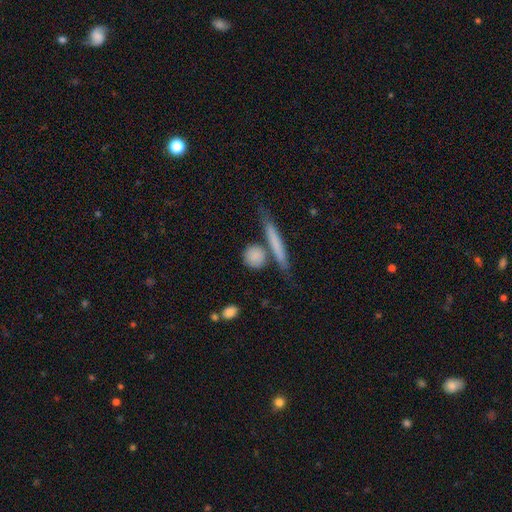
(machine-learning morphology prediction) Smooth or featured?
  - smooth: 79% *
  - featured or disk: 14%
  - star or artifact: 6%
How rounded?
  - round: 68% *
  - cigar-shaped: 18%
  - in between: 15%
Merging?
  - none: 67% *
  - merger: 14%
  - minor disturbance: 14%
  - major disturbance: 5%